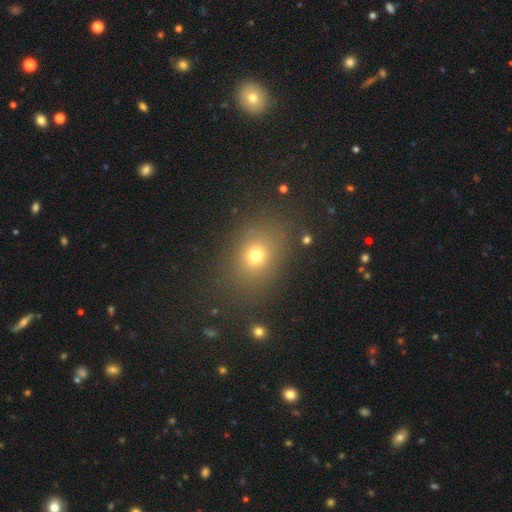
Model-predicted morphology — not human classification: type=smooth (70%); roundness=in between (50%); merging=none (83%).